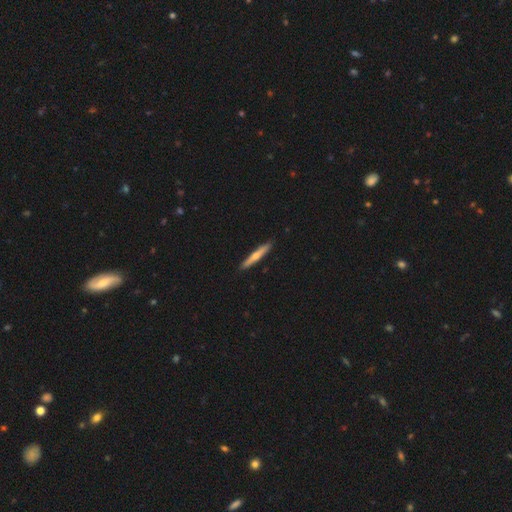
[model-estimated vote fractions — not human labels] Smooth or featured?
  - featured or disk: 48% *
  - smooth: 47%
  - star or artifact: 5%
Merging?
  - none: 92% *
  - minor disturbance: 6%
  - major disturbance: 1%
  - merger: 1%